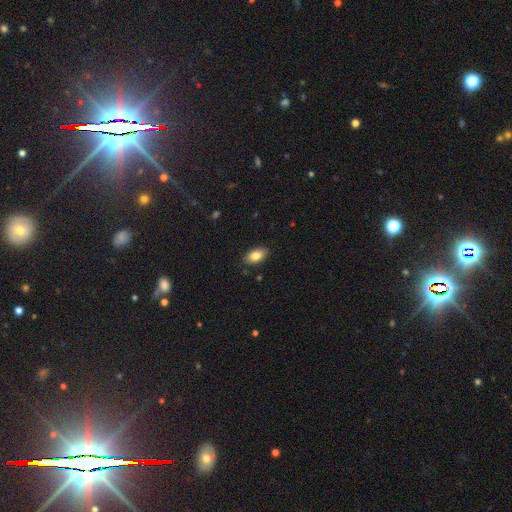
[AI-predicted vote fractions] Morphology: type=smooth (83%); roundness=in between (92%); merging=none (87%).